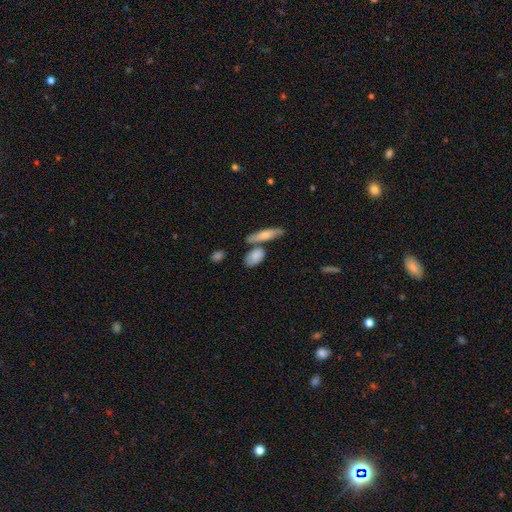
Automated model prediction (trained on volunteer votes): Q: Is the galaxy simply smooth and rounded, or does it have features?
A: smooth — 74%.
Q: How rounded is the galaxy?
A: in between — 78%.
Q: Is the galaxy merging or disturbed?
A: none — 56%.